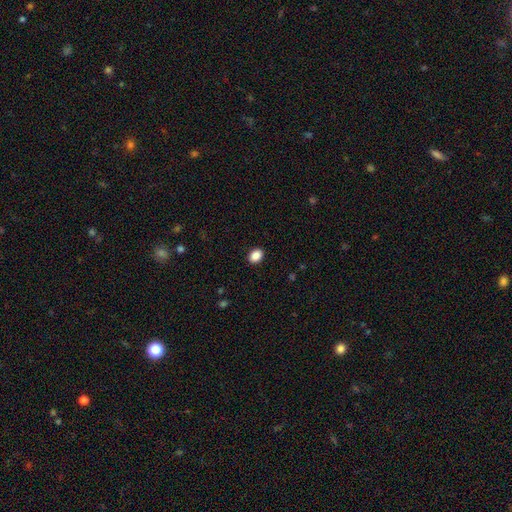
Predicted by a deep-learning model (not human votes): This appears to be a smooth galaxy with no disk features (89%) that is in between round and cigar-shaped (65%). Merging: none (90%).